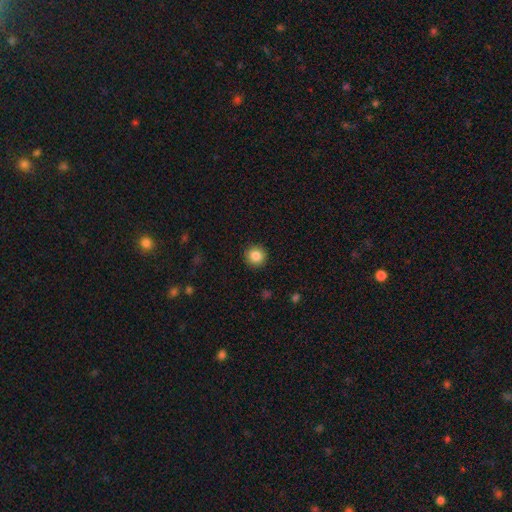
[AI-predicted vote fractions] Morphology: type=smooth (86%); roundness=round (94%); merging=none (92%).